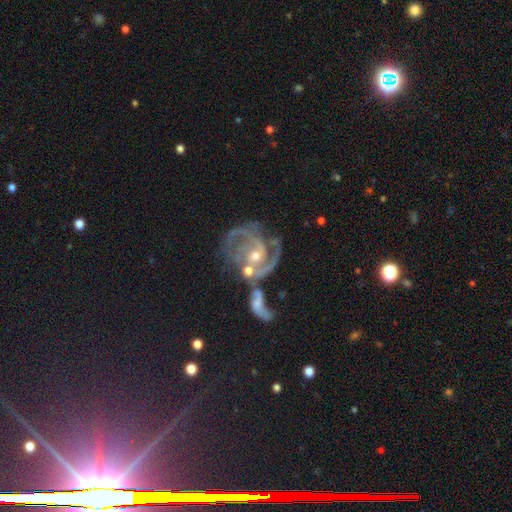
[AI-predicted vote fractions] Morphology: type=featured or disk (88%); edge-on=no (98%); bar=no (57%); spiral arms=yes (96%); winding=medium (45%); arm count=2 (53%); bulge=small (57%); merging=merger (33%, tied with none).